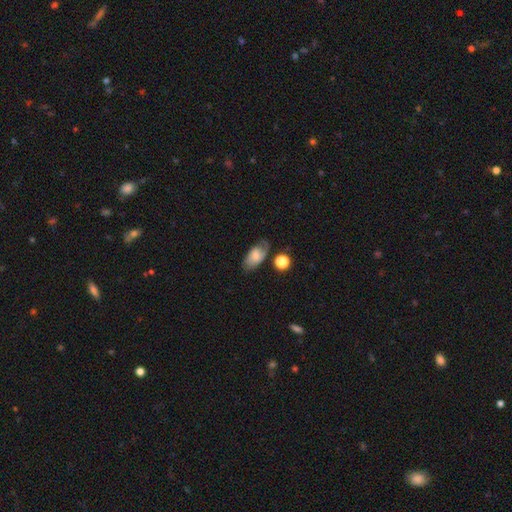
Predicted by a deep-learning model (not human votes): Smooth or featured?
  - smooth: 57% *
  - featured or disk: 34%
  - star or artifact: 9%
How rounded?
  - in between: 89% *
  - round: 7%
  - cigar-shaped: 3%
Merging?
  - none: 59% *
  - minor disturbance: 26%
  - major disturbance: 10%
  - merger: 5%